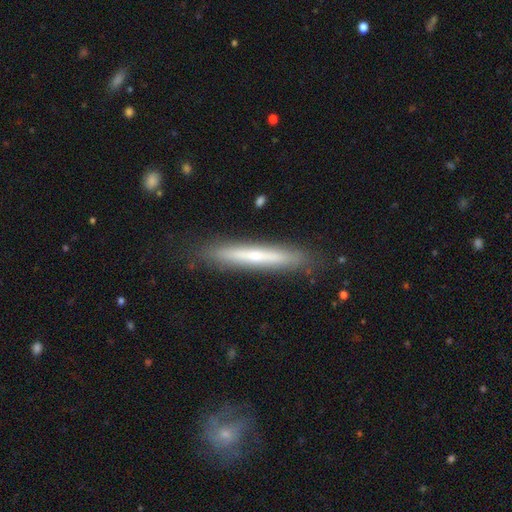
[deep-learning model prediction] Smooth or featured? featured or disk (47%)
Merging? none (88%)